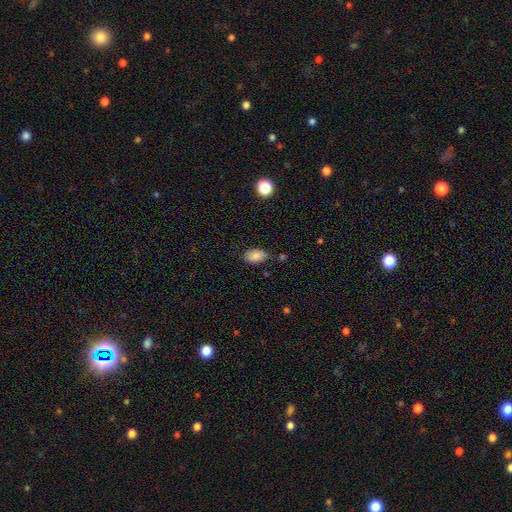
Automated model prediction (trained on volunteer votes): The model was most divided on "merging": none: 78%, minor disturbance: 16%, major disturbance: 3%, merger: 3%. More confident: how rounded — in between (92%); smooth or featured — smooth (86%).